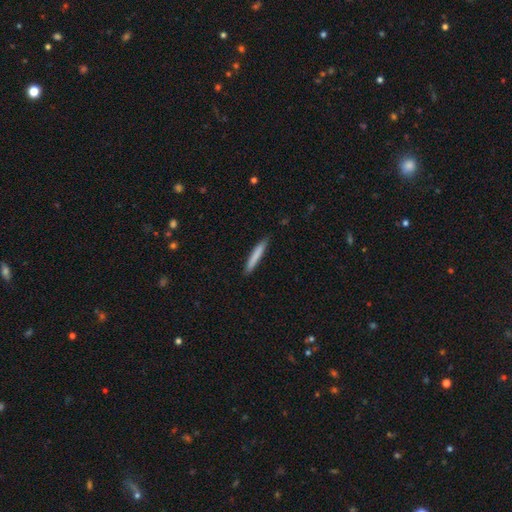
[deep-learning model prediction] A smooth galaxy with no disk features (79%) that is cigar-shaped (95%).

Vote fractions:
- Smooth or featured? smooth: 79% / featured or disk: 15% / star or artifact: 6%
- How rounded? cigar-shaped: 95% / in between: 4% / round: 1%
- Merging? none: 89% / minor disturbance: 8% / major disturbance: 2% / merger: 1%